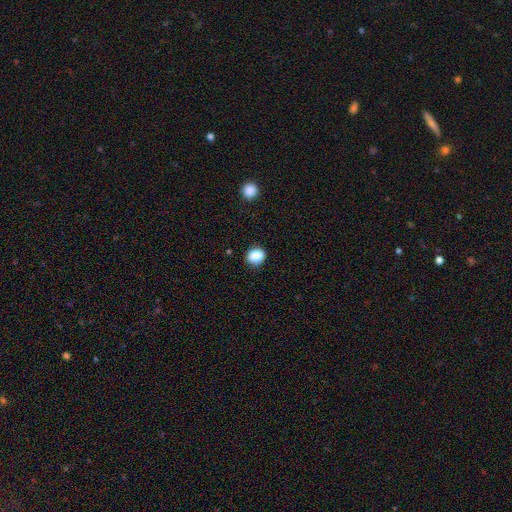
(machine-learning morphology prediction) A smooth galaxy with no disk features (87%) that is round (59%).

Vote fractions:
- Smooth or featured? smooth: 87% / star or artifact: 10% / featured or disk: 4%
- How rounded? round: 59% / in between: 40% / cigar-shaped: 1%
- Merging? none: 87% / minor disturbance: 9% / major disturbance: 2% / merger: 1%